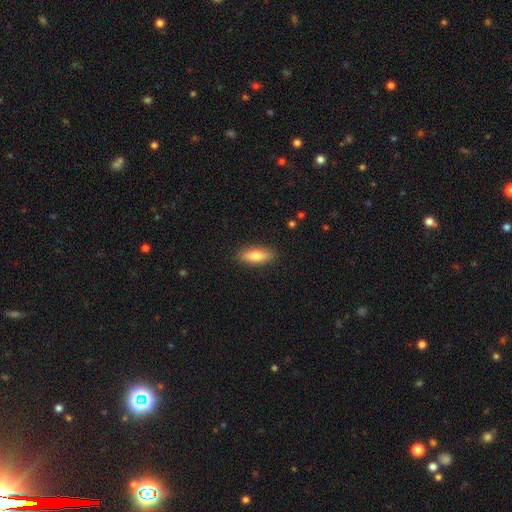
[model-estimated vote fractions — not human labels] A smooth galaxy with no disk features (76%) that is in between round and cigar-shaped (65%).

Vote fractions:
- Smooth or featured? smooth: 76% / featured or disk: 17% / star or artifact: 6%
- How rounded? in between: 65% / cigar-shaped: 33% / round: 2%
- Merging? none: 88% / minor disturbance: 9% / major disturbance: 2% / merger: 1%